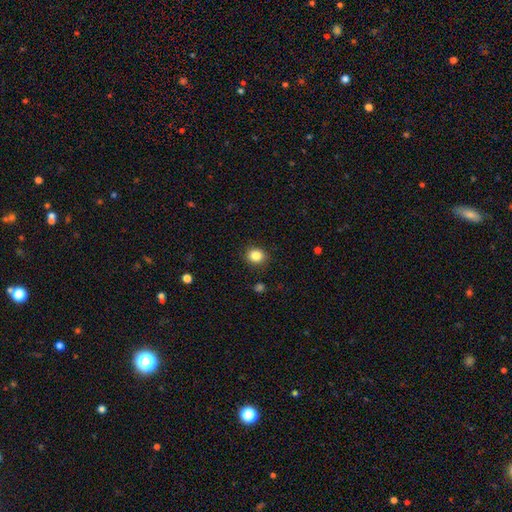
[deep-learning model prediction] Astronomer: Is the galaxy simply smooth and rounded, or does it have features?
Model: smooth — 84%.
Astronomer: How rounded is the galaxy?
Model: round — 76%.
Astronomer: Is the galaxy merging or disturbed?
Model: none — 90%.